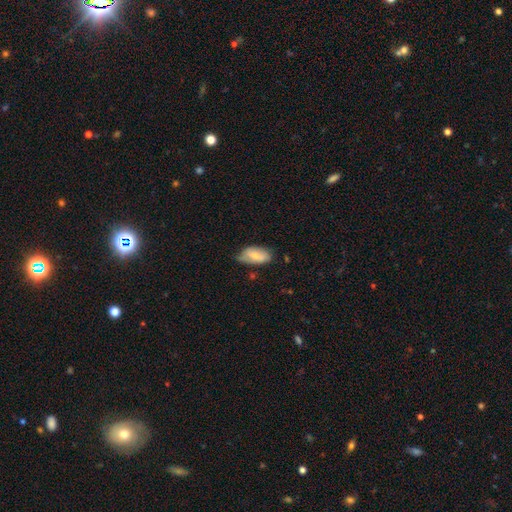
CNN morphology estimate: Smooth or featured? smooth (68%)
How rounded? in between (92%)
Merging? none (54%)